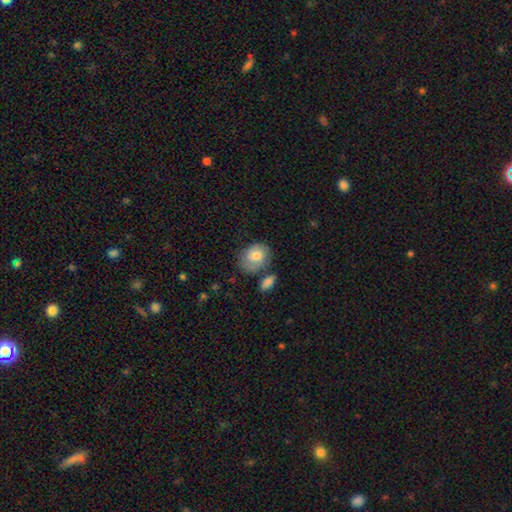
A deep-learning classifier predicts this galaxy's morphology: Overall: smooth (66%; featured or disk 27%). How rounded: in between (61%; round 37%). Merging: none (56%; minor disturbance 23%).